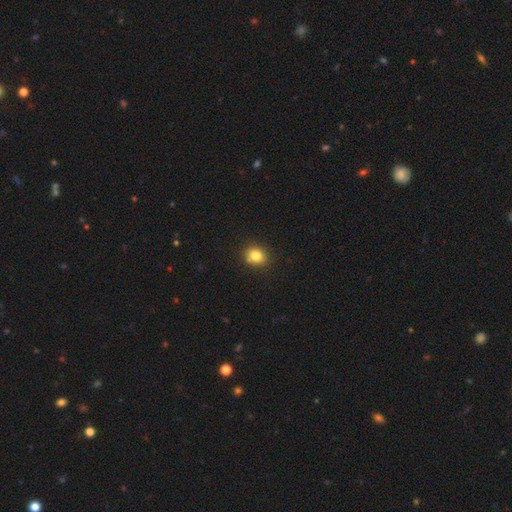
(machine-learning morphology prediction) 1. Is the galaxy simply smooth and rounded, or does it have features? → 82% smooth, 11% star or artifact, 7% featured or disk.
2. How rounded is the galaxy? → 71% round, 28% in between, 1% cigar-shaped.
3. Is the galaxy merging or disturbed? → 78% none, 12% minor disturbance, 6% merger, 3% major disturbance.